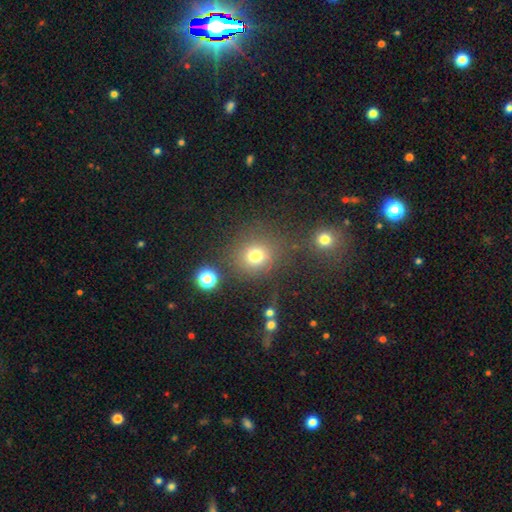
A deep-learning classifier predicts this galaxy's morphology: Smooth or featured? Predicted: smooth (p=0.73). How rounded? Predicted: round (p=0.86). Merging? Predicted: none (p=0.76).